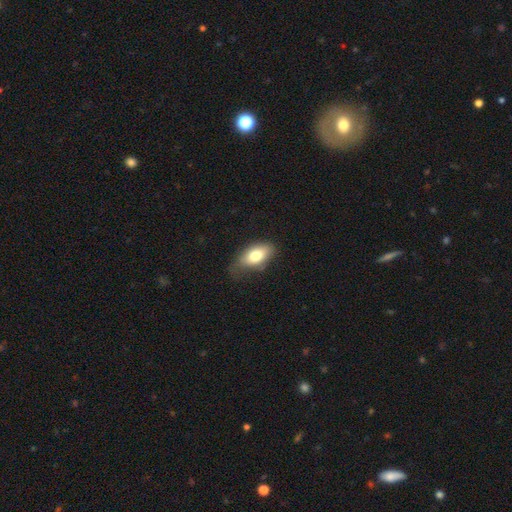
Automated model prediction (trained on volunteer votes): Smooth or featured? smooth (75%)
How rounded? in between (90%)
Merging? none (55%)